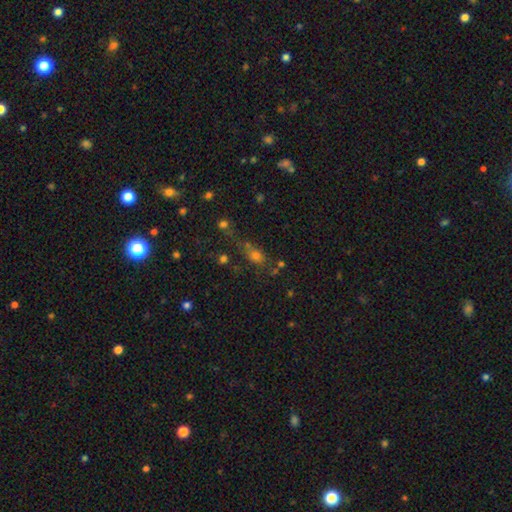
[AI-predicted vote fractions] smooth 63%, star or artifact 23%, featured or disk 14%. Down the decision tree: how rounded — in between (49%); merging — none (44%).